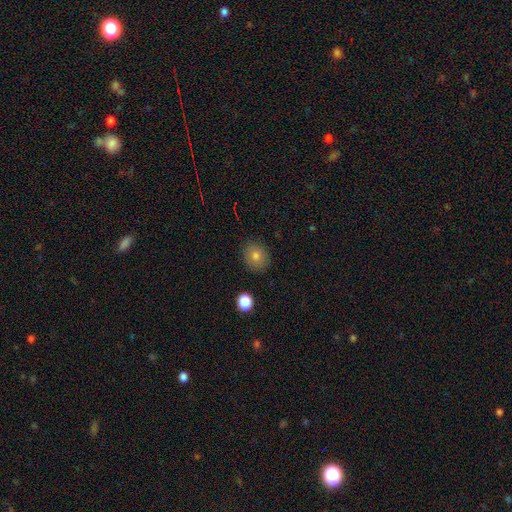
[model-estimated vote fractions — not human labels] Smooth or featured?
  - smooth: 77% *
  - featured or disk: 12%
  - star or artifact: 11%
How rounded?
  - round: 69% *
  - in between: 30%
  - cigar-shaped: 1%
Merging?
  - none: 88% *
  - minor disturbance: 8%
  - major disturbance: 2%
  - merger: 1%